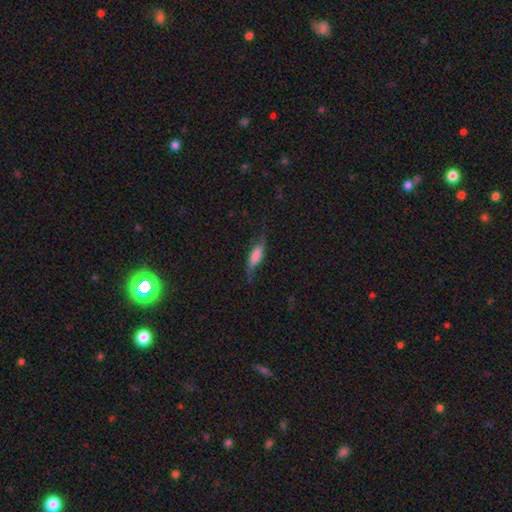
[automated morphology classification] smooth_or_featured: featured or disk (p=0.49) [alt: smooth p=0.42]
merging: none (p=0.57) [alt: minor disturbance p=0.25]